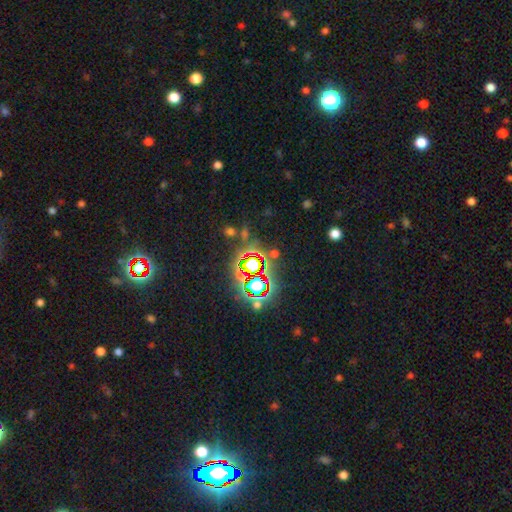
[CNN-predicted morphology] Q: Smooth or featured?
A: star or artifact (81%); runner-up: smooth (11%)